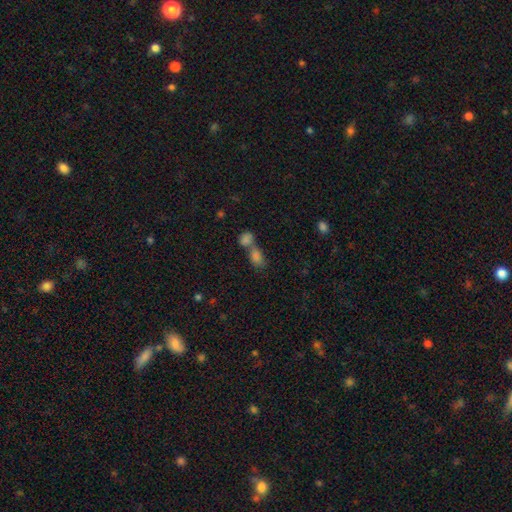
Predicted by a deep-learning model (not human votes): Smooth or featured: smooth — 75% (star or artifact — 16%)
How rounded: in between — 77% (round — 19%)
Merging: merger — 61% (none — 29%)